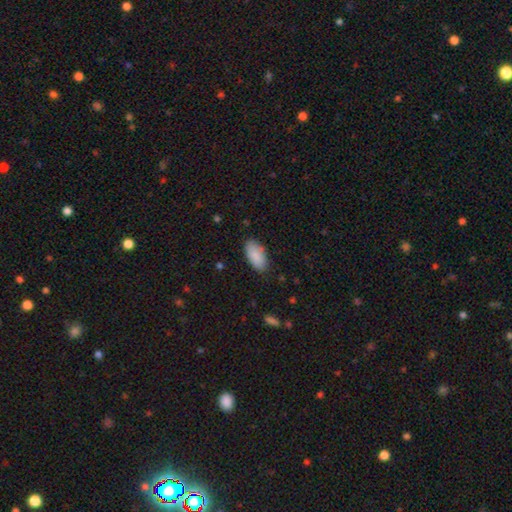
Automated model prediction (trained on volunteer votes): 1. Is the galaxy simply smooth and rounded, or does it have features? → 88% smooth, 6% star or artifact, 5% featured or disk.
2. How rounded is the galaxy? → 94% in between, 4% cigar-shaped, 2% round.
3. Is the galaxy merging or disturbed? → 82% none, 14% minor disturbance, 3% major disturbance, 1% merger.